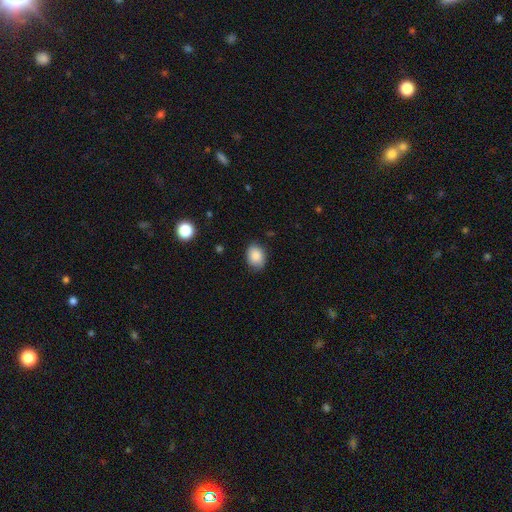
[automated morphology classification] Smooth or featured?
  - smooth: 86% *
  - star or artifact: 8%
  - featured or disk: 6%
How rounded?
  - in between: 68% *
  - round: 31%
  - cigar-shaped: 1%
Merging?
  - none: 78% *
  - minor disturbance: 18%
  - major disturbance: 3%
  - merger: 1%